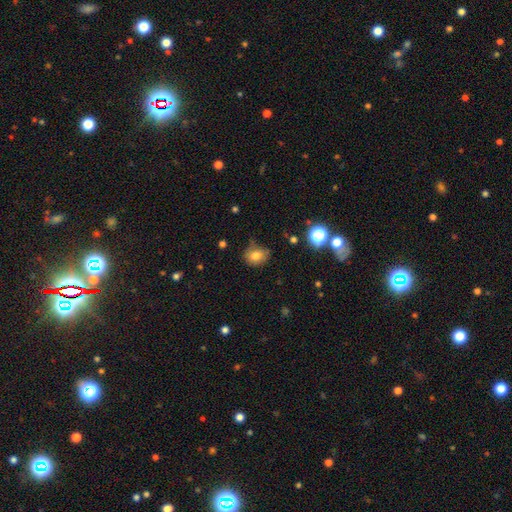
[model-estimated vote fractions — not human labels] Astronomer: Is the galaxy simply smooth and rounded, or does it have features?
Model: smooth — 78%.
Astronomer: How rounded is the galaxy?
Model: round — 63%.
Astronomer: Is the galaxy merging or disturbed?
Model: none — 68%.